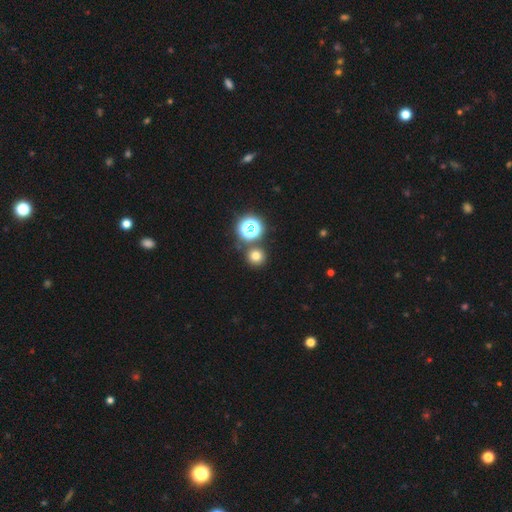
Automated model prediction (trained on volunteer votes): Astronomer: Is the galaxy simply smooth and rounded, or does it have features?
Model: smooth — 72%.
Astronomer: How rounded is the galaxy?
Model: round — 93%.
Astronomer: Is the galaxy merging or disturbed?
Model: none — 83%.